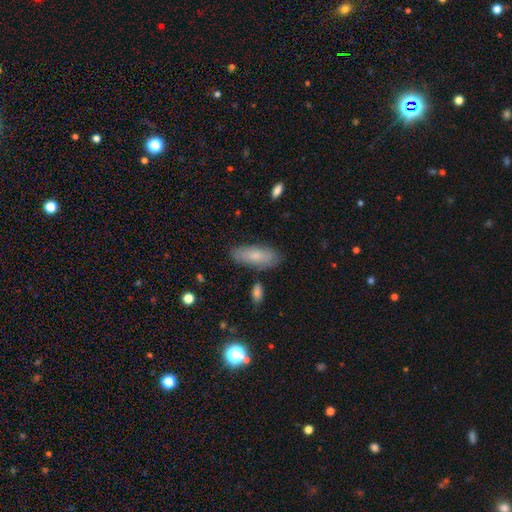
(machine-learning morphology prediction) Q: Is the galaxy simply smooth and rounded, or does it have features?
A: smooth — 75%.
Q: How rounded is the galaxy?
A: in between — 79%.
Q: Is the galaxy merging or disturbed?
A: none — 81%.